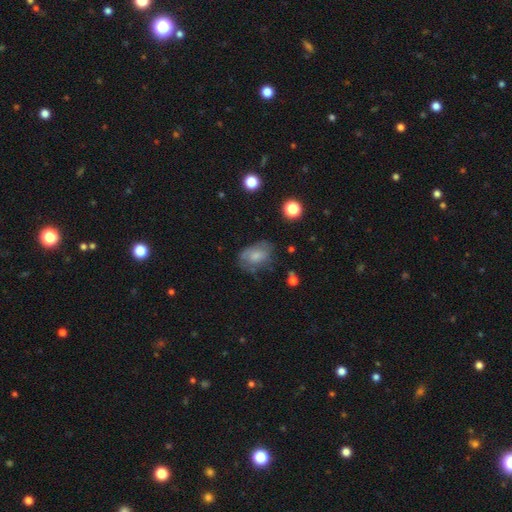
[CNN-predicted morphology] A smooth galaxy with no disk features (64%) that is in between round and cigar-shaped (79%).

Vote fractions:
- Smooth or featured? smooth: 64% / featured or disk: 27% / star or artifact: 9%
- How rounded? in between: 79% / round: 20% / cigar-shaped: 1%
- Merging? none: 52% / minor disturbance: 29% / major disturbance: 17% / merger: 3%